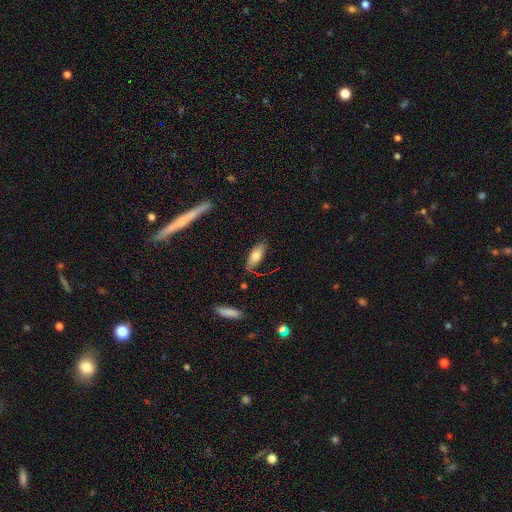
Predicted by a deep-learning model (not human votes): Smooth or featured? Predicted: smooth (p=0.74). How rounded? Predicted: in between (p=0.71). Merging? Predicted: none (p=0.79).